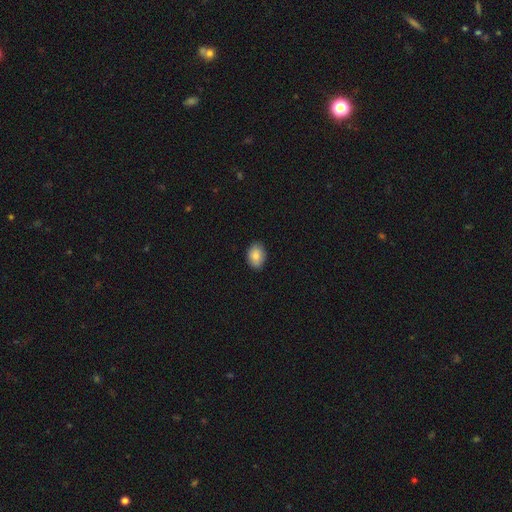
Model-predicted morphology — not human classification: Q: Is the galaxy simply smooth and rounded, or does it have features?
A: smooth — 85%.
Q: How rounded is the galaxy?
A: in between — 79%.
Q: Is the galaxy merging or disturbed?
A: none — 88%.